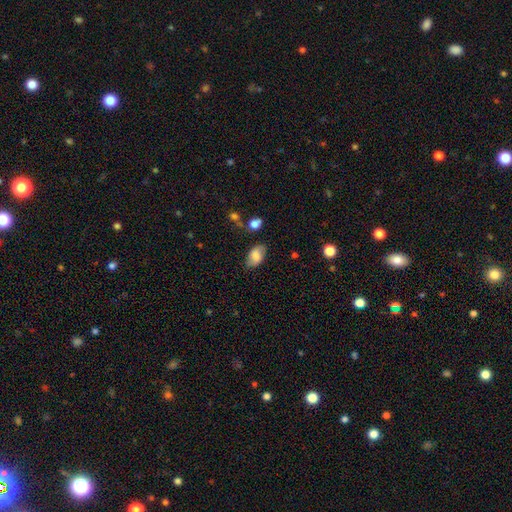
Morphology: type=smooth (66%); roundness=in between (96%); merging=none (92%).